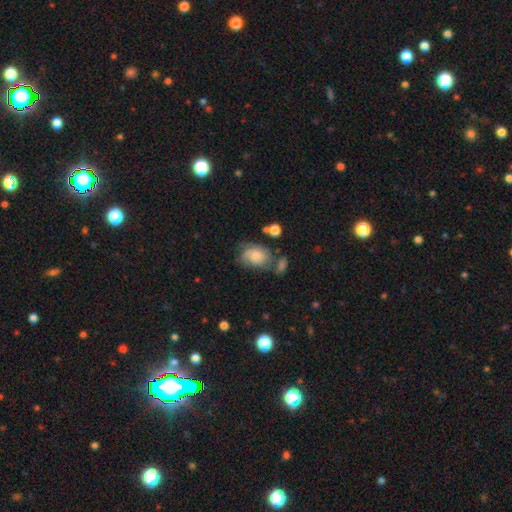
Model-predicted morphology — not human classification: smooth_or_featured: smooth (p=0.56) [alt: featured or disk p=0.35]
how_rounded: in between (p=0.71) [alt: round p=0.27]
merging: none (p=0.46) [alt: minor disturbance p=0.27]